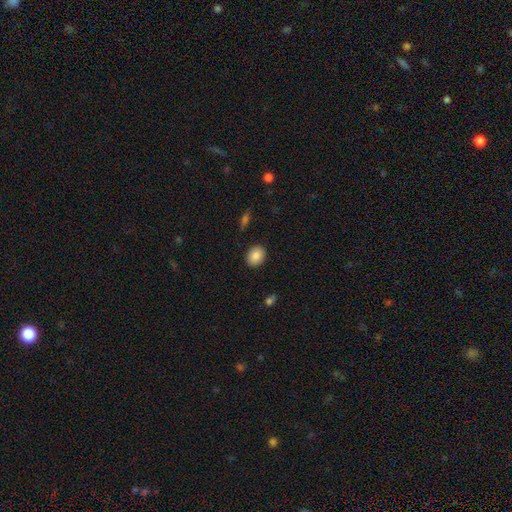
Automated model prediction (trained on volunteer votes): Smooth or featured? smooth (87%)
How rounded? in between (52%)
Merging? none (90%)